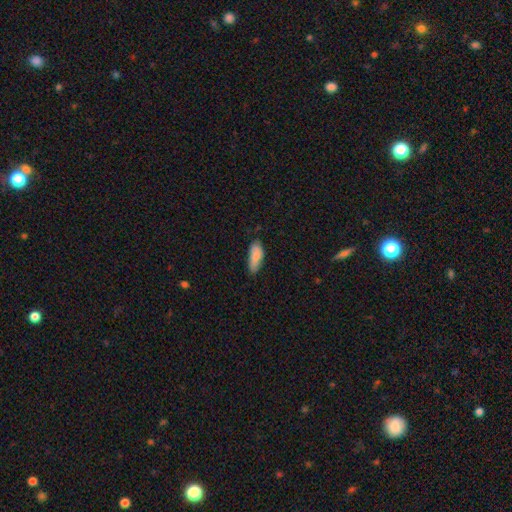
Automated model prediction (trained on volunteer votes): Smooth or featured? Predicted: smooth (p=0.86). How rounded? Predicted: in between (p=0.75). Merging? Predicted: none (p=0.67).